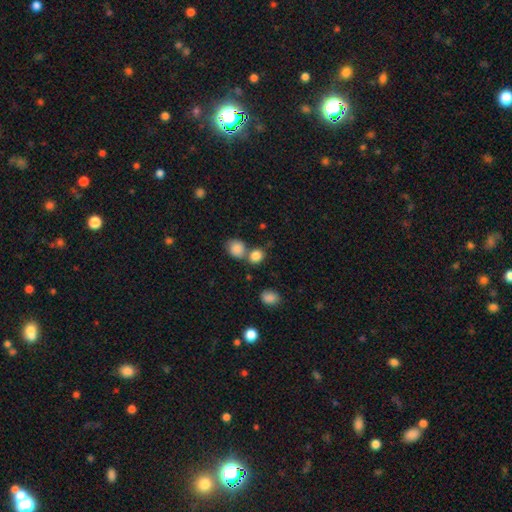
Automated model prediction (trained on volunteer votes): Smooth or featured? smooth (85%)
How rounded? round (66%)
Merging? none (49%)